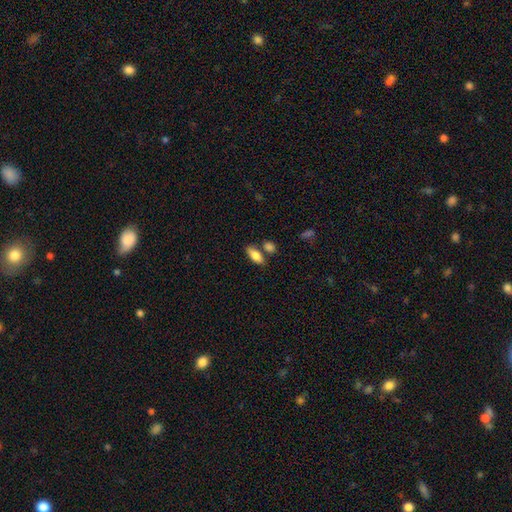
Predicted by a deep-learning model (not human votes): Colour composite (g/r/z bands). It shows a smooth galaxy with no disk features (81%) that is in between round and cigar-shaped (83%). Merging: none (66%).